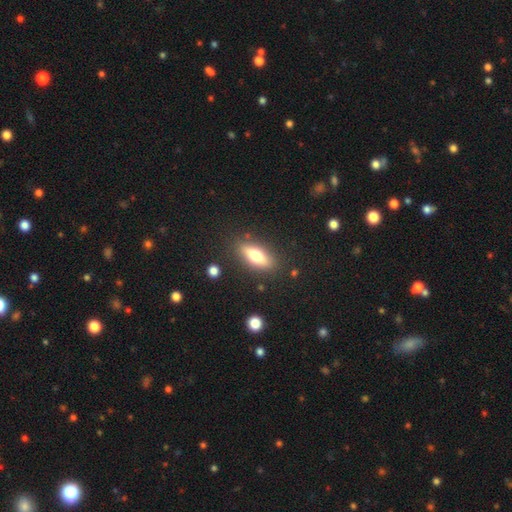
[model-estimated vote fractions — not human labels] smooth-or-featured: smooth: 60% | featured or disk: 33% | star or artifact: 7%
  how-rounded: in between: 62% | cigar-shaped: 35% | round: 3%
  merging: none: 84% | minor disturbance: 11% | major disturbance: 3% | merger: 2%